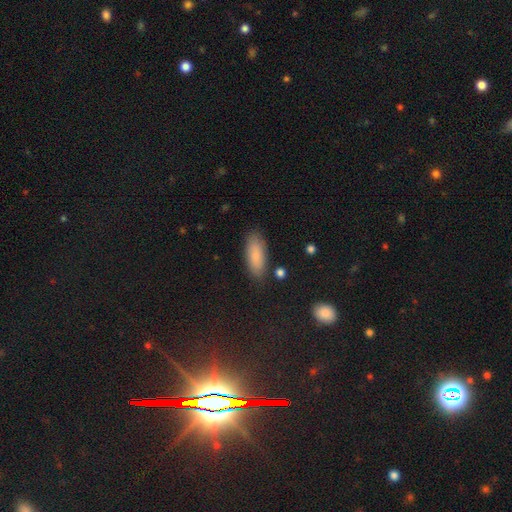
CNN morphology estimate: smooth_or_featured: smooth (p=0.85) [alt: featured or disk p=0.08]
how_rounded: in between (p=0.73) [alt: cigar-shaped p=0.25]
merging: none (p=0.83) [alt: minor disturbance p=0.12]